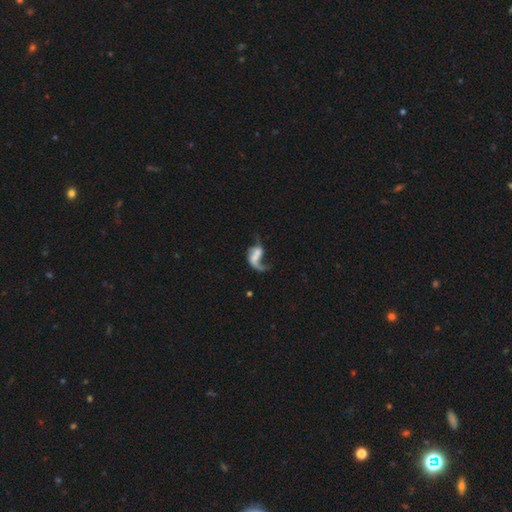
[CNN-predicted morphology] Smooth or featured? featured or disk (62%)
Edge-on disk? no (96%)
Bar? no (56%)
Spiral arms? yes (70%)
Bulge size? none (49%)
Merging? major disturbance (47%)